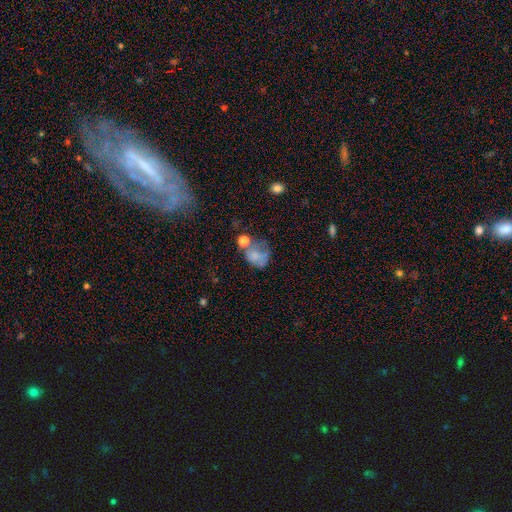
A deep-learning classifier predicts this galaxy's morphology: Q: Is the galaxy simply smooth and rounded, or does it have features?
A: smooth — 64%.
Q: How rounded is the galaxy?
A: round — 50%.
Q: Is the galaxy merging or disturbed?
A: major disturbance — 30%.